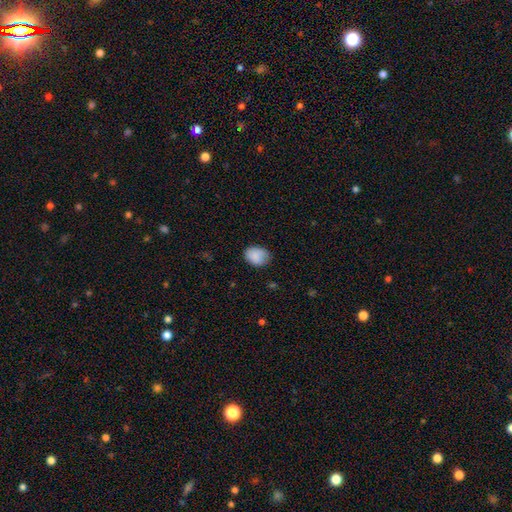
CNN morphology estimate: Overall: smooth (87%). How rounded: in between (65%; round 34%). Merging: none (75%).